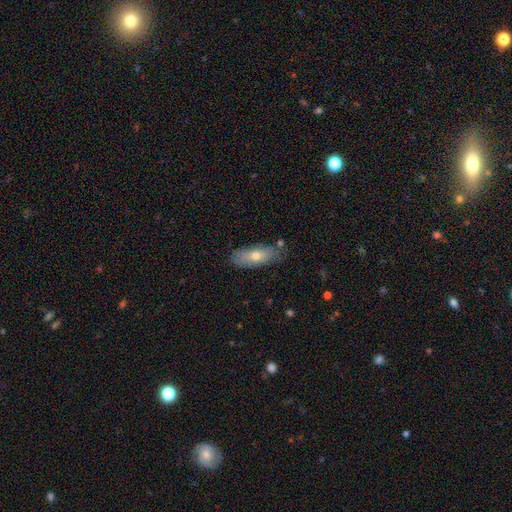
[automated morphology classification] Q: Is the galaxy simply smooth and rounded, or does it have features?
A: smooth — 65%.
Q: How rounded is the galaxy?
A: in between — 70%.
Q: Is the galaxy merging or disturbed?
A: none — 74%.